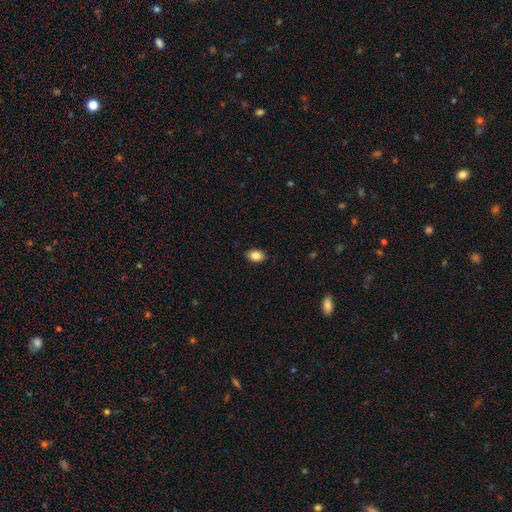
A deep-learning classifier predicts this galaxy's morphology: This appears to be a smooth galaxy with no disk features (86%) that is in between round and cigar-shaped (88%). Merging: none (89%).